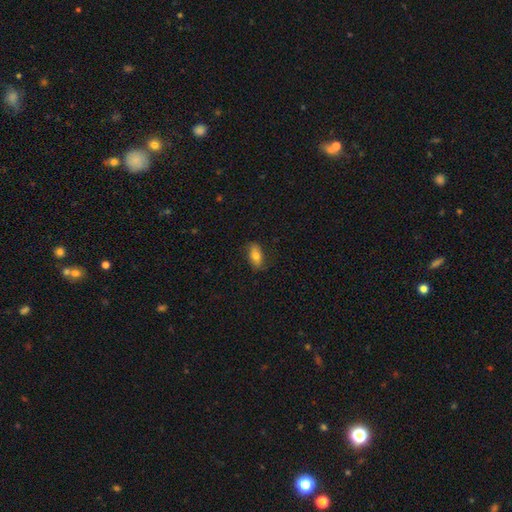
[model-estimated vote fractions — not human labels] A smooth galaxy with no disk features (75%) that is in between round and cigar-shaped (87%). Merging: none (75%).